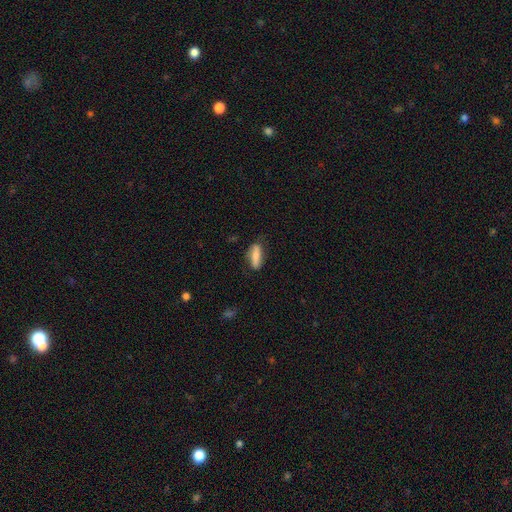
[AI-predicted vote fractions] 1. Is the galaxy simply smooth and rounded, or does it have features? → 68% smooth, 25% featured or disk, 7% star or artifact.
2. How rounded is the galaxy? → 59% in between, 38% cigar-shaped, 3% round.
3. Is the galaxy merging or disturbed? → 73% none, 20% minor disturbance, 5% major disturbance, 2% merger.